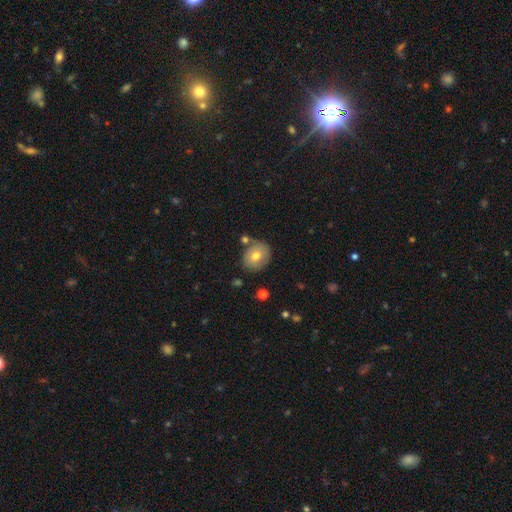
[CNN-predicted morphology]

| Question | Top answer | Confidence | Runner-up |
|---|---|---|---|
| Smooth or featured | smooth | 68% | featured or disk (23%) |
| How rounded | round | 69% | in between (30%) |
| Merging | none | 75% | minor disturbance (14%) |